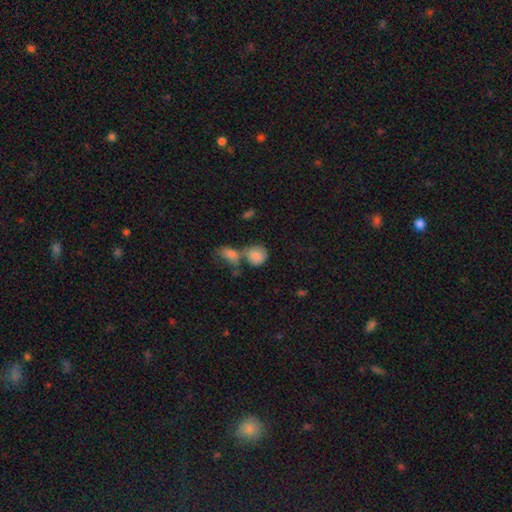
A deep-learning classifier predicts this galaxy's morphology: Smooth or featured?
  - smooth: 83% *
  - featured or disk: 9%
  - star or artifact: 7%
How rounded?
  - round: 72% *
  - in between: 27%
  - cigar-shaped: 2%
Merging?
  - merger: 47% *
  - none: 37%
  - minor disturbance: 11%
  - major disturbance: 6%